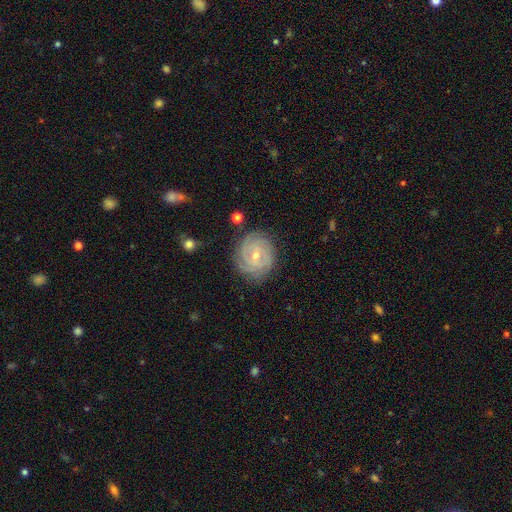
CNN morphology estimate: Smooth or featured? Predicted: featured or disk (p=0.83). Edge-on disk? Predicted: no (p=0.98). Bar? Predicted: weak (p=0.45). Spiral arms? Predicted: yes (p=0.96). Spiral winding? Predicted: tight (p=0.78). Spiral arm count? Predicted: 3 (p=0.27). Bulge size? Predicted: small (p=0.63). Merging? Predicted: none (p=0.79).